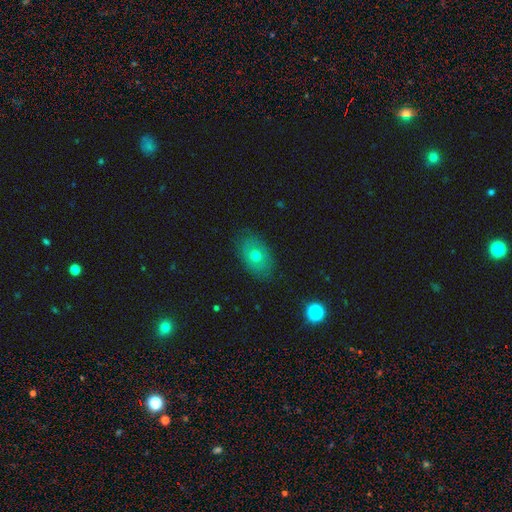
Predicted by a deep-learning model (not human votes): smooth 63%, featured or disk 27%, star or artifact 10%. Down the decision tree: how rounded — in between (82%); merging — none (82%).